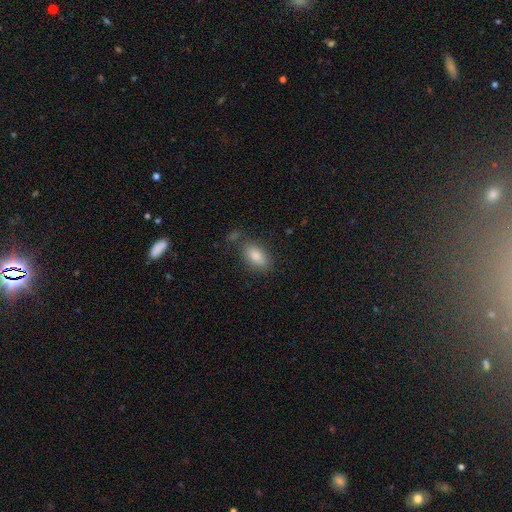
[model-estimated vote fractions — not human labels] This is clearly a smooth galaxy (83%). How rounded: clearly in between (90%). Merging: likely none (78%).